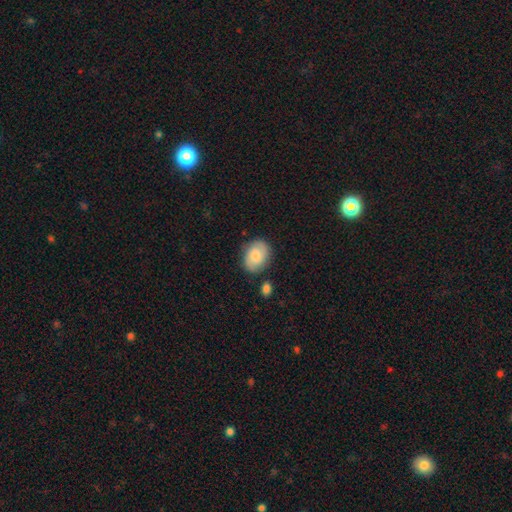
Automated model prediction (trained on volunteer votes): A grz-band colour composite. It shows a smooth galaxy with no disk features (70%) that is in between round and cigar-shaped (68%). Merging: none (76%).